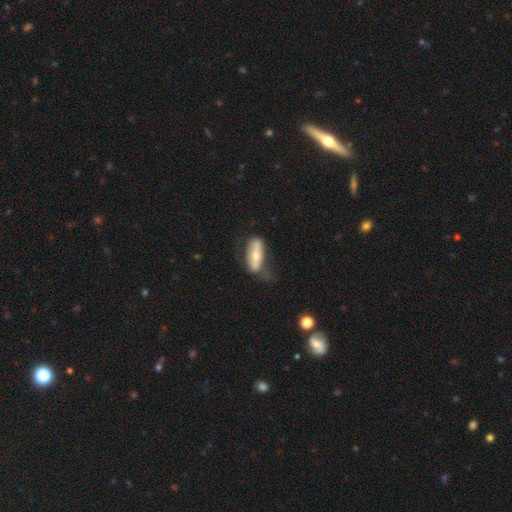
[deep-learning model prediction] Smooth or featured: smooth — 51% (featured or disk — 43%)
How rounded: in between — 62% (cigar-shaped — 36%)
Merging: none — 51% (minor disturbance — 30%)